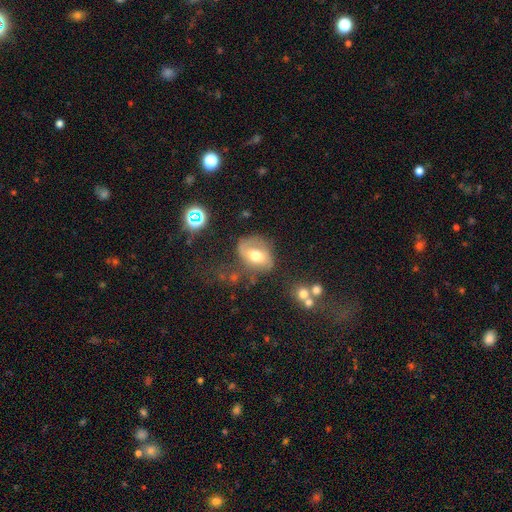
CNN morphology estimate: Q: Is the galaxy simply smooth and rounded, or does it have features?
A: featured or disk — 48%.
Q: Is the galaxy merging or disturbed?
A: none — 49%.